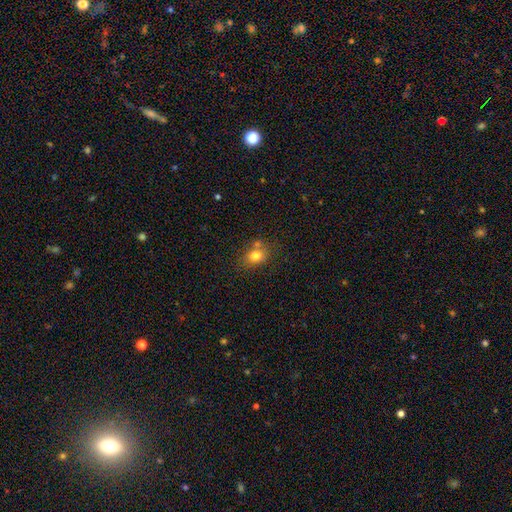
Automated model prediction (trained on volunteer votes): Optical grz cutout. It shows a smooth galaxy with no disk features (77%) that is in between round and cigar-shaped (57%). Merging: none (61%).